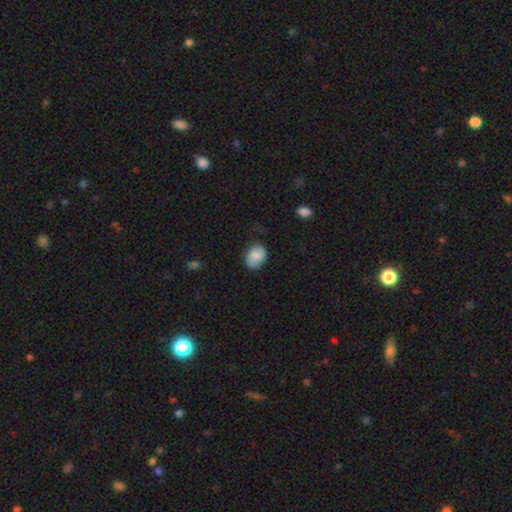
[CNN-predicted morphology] Smooth or featured? smooth (76%)
How rounded? in between (68%)
Merging? none (68%)